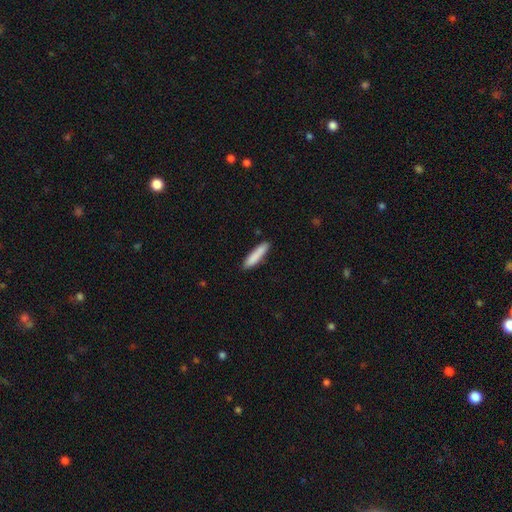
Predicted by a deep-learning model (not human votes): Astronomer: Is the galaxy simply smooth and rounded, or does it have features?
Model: smooth — 86%.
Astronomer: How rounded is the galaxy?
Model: cigar-shaped — 85%.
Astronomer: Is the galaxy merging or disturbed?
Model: none — 86%.